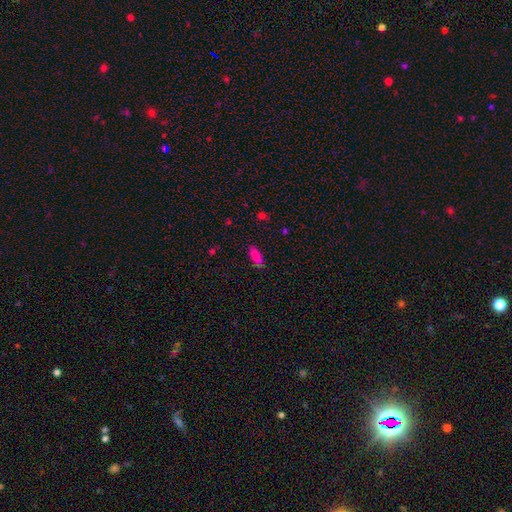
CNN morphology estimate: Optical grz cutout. It shows a smooth galaxy with no disk features (78%) that is in between round and cigar-shaped (76%). Merging: none (79%).